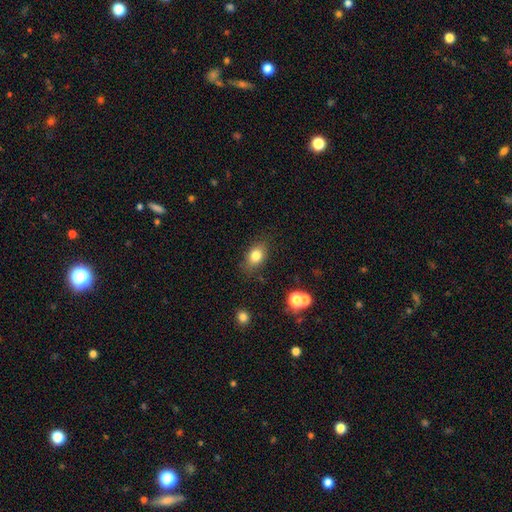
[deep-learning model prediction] smooth 80%, featured or disk 10%, star or artifact 10%. Down the decision tree: how rounded — in between (79%); merging — none (81%).